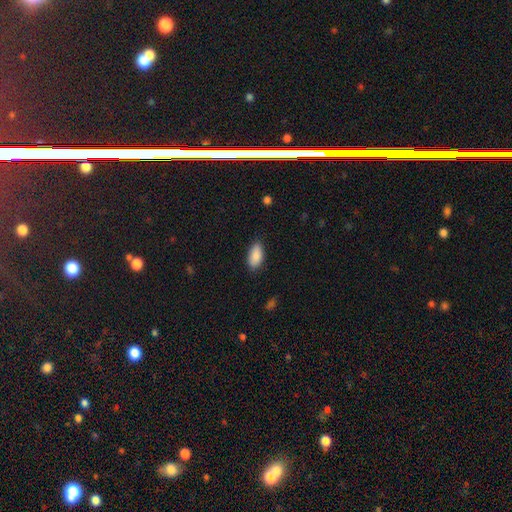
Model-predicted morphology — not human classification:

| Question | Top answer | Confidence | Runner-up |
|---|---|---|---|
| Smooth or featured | smooth | 89% | star or artifact (6%) |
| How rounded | in between | 93% | cigar-shaped (5%) |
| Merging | none | 84% | minor disturbance (12%) |